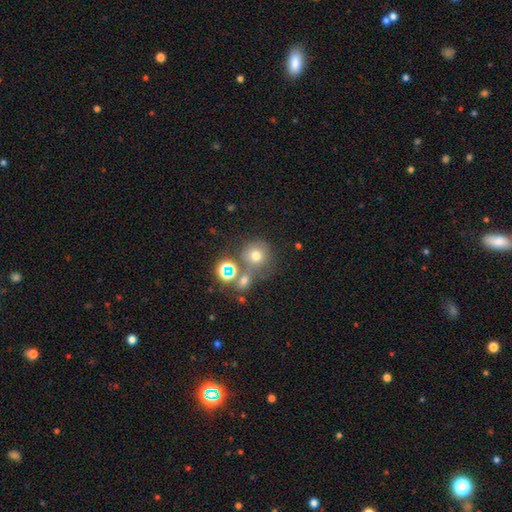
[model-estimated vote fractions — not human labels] This appears to be a smooth galaxy with no disk features (67%) that is round (89%). Merging: none (58%).